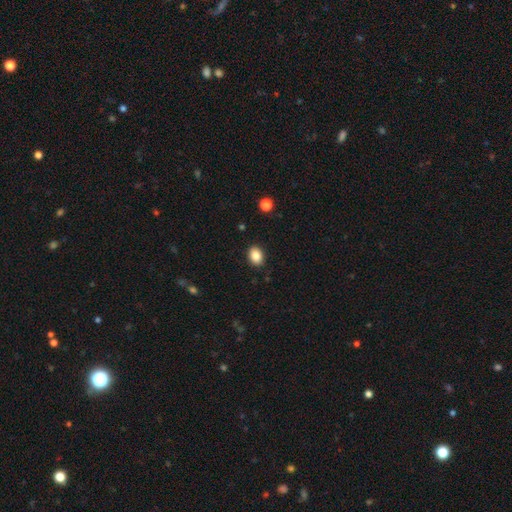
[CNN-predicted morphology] Smooth or featured: smooth — 87% (star or artifact — 9%)
How rounded: in between — 68% (round — 31%)
Merging: none — 89% (minor disturbance — 8%)